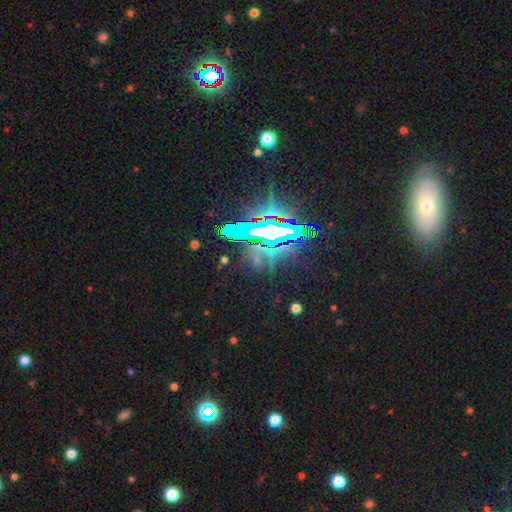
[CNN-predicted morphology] Smooth or featured: star or artifact — 74% (featured or disk — 16%)